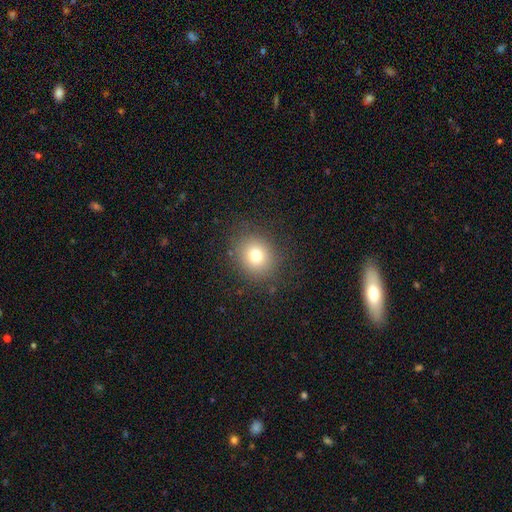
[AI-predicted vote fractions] smooth-or-featured: smooth: 76% | star or artifact: 14% | featured or disk: 10%
  how-rounded: round: 78% | in between: 21% | cigar-shaped: 1%
  merging: none: 86% | minor disturbance: 9% | major disturbance: 4% | merger: 1%